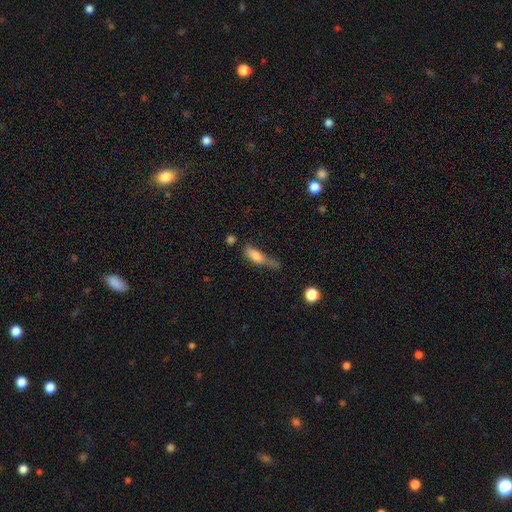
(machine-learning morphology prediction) smooth 73%, featured or disk 18%, star or artifact 9%. Down the decision tree: how rounded — in between (57%); merging — minor disturbance (32%).